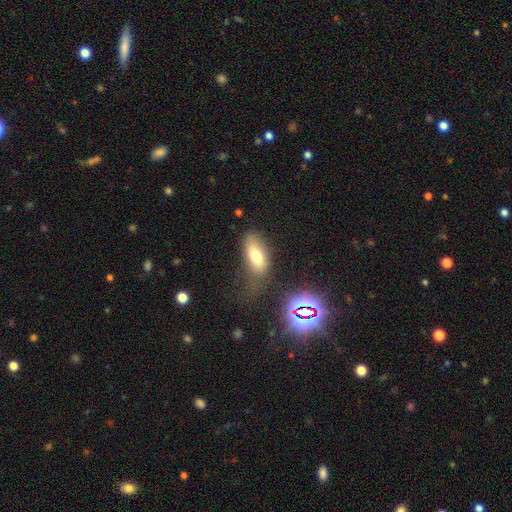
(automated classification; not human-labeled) This is likely a smooth galaxy (70%). How rounded: clearly in between (84%). Merging: possibly none (46%).